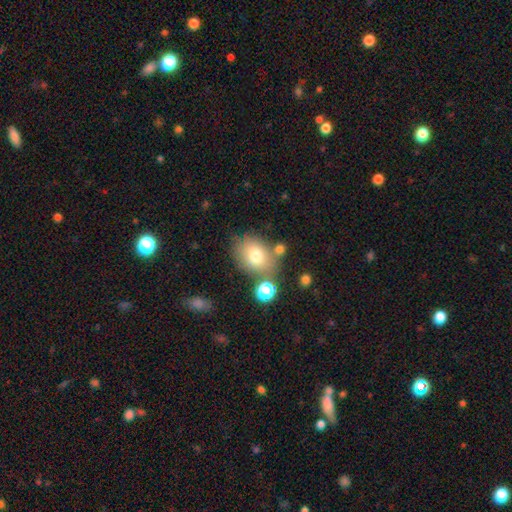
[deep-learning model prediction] Smooth or featured?
  - smooth: 73% *
  - featured or disk: 15%
  - star or artifact: 11%
How rounded?
  - in between: 62% *
  - round: 36%
  - cigar-shaped: 1%
Merging?
  - none: 67% *
  - minor disturbance: 16%
  - merger: 12%
  - major disturbance: 6%